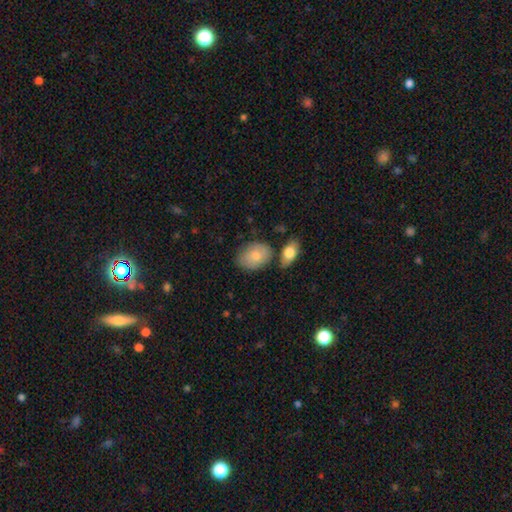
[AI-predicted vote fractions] smooth 80%, featured or disk 14%, star or artifact 6%. Down the decision tree: how rounded — in between (81%); merging — none (68%).